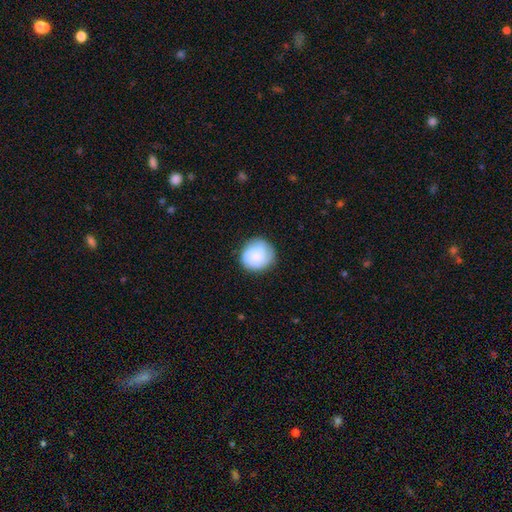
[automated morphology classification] Overall: smooth (72%). How rounded: round (88%). Merging: none (79%).